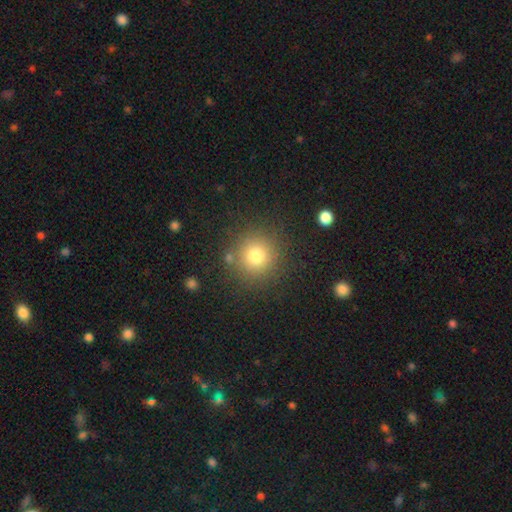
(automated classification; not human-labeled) Smooth or featured: smooth — 77% (star or artifact — 15%)
How rounded: round — 92% (in between — 7%)
Merging: none — 85% (minor disturbance — 8%)